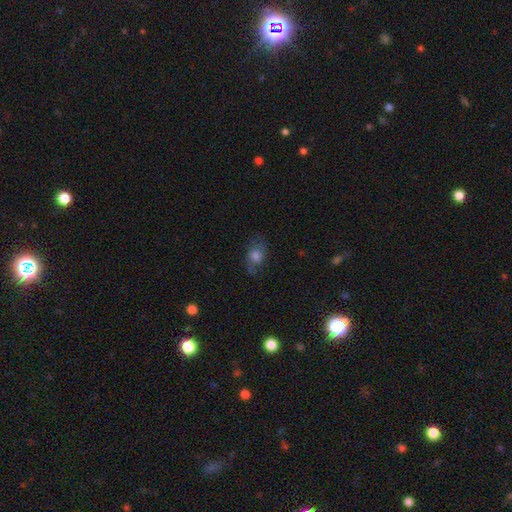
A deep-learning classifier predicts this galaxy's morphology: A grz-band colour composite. It shows a smooth galaxy with no disk features (49%). Merging: none (65%).